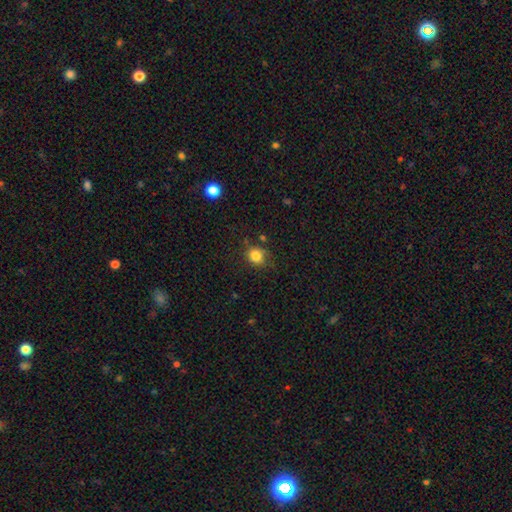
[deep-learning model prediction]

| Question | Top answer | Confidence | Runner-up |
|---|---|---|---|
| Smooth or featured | smooth | 83% | star or artifact (12%) |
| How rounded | round | 71% | in between (28%) |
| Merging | none | 70% | minor disturbance (20%) |